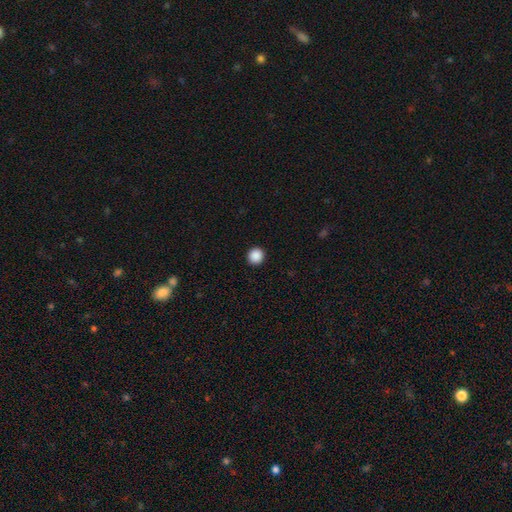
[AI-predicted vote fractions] Morphology: type=smooth (89%); roundness=round (95%); merging=none (94%).